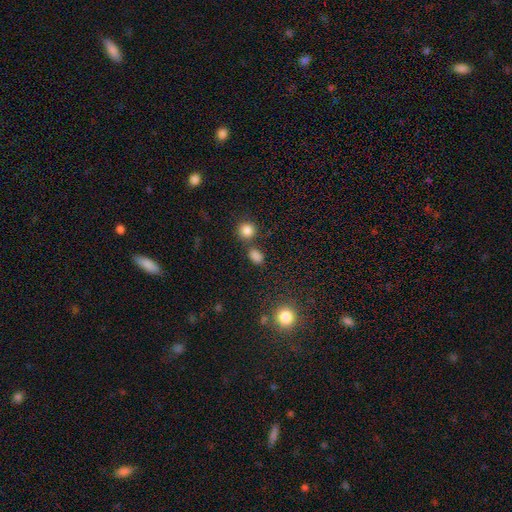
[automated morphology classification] A smooth galaxy with no disk features (79%) that is round (56%).

Vote fractions:
- Smooth or featured? smooth: 79% / star or artifact: 17% / featured or disk: 5%
- How rounded? round: 56% / in between: 42% / cigar-shaped: 2%
- Merging? none: 72% / merger: 14% / minor disturbance: 9% / major disturbance: 4%